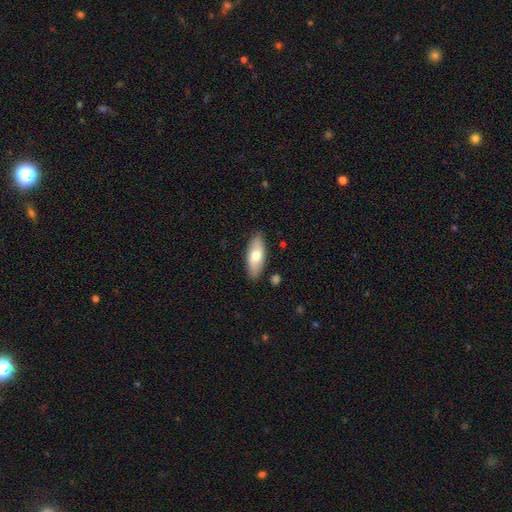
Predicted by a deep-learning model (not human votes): Overall: smooth (71%). How rounded: in between (81%). Merging: none (86%).